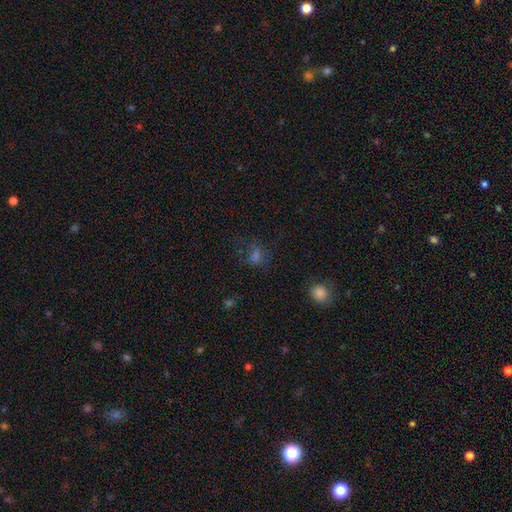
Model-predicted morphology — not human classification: smooth-or-featured: smooth: 56% | star or artifact: 31% | featured or disk: 13%
  how-rounded: round: 50% | in between: 48% | cigar-shaped: 2%
  merging: none: 65% | minor disturbance: 18% | major disturbance: 14% | merger: 4%